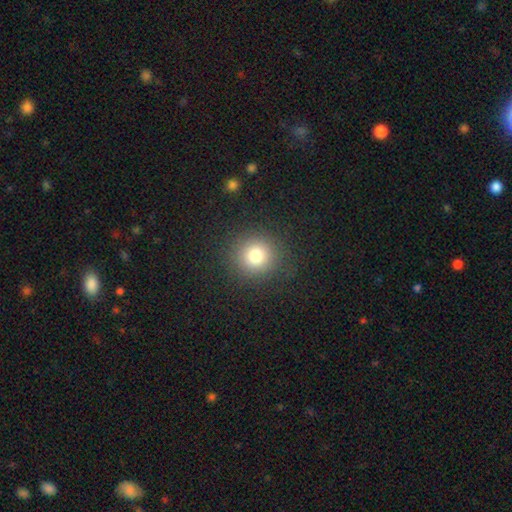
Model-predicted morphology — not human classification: smooth 79%, star or artifact 13%, featured or disk 8%. Down the decision tree: how rounded — round (93%); merging — none (89%).